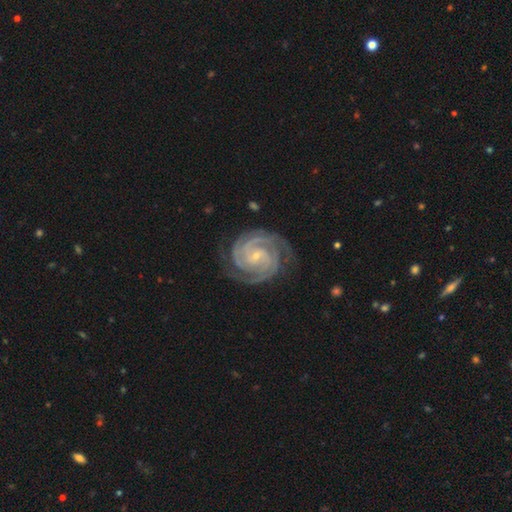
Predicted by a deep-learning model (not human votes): Overall: featured or disk (94%). Edge-on disk: no (98%). Bar: no (43%; weak 35%). Spiral arms: yes (99%). Spiral arm count: 2 (38%; 3 28%). Spiral winding: tight (83%). Bulge size: small (80%). Merging: none (81%).